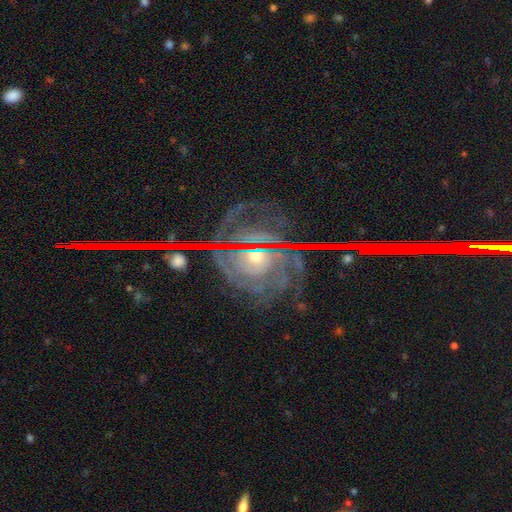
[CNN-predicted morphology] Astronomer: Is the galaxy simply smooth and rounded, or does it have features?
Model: featured or disk — 79%.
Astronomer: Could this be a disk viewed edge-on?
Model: no — 94%.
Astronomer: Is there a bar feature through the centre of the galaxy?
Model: no — 63%.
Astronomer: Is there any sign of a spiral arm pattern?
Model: yes — 93%.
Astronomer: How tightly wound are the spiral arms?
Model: tight — 62%.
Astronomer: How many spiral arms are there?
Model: can't tell — 29% (runner-up: 2, 21%).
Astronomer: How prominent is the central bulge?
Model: small — 53% (runner-up: moderate, 40%).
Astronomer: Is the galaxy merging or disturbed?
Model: none — 70%.